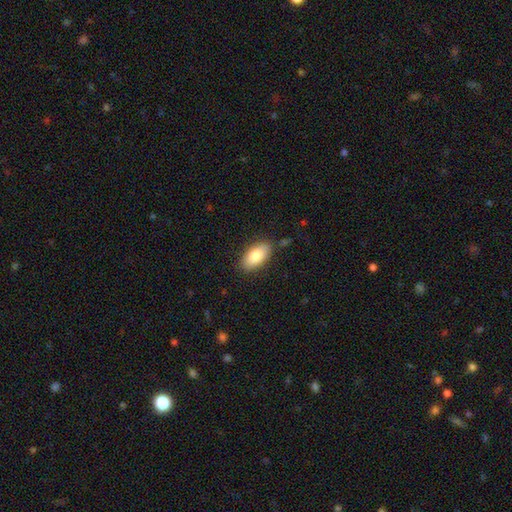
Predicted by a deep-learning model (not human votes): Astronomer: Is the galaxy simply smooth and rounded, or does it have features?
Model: smooth — 82%.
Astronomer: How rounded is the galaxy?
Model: in between — 92%.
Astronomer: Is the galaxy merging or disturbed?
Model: none — 85%.